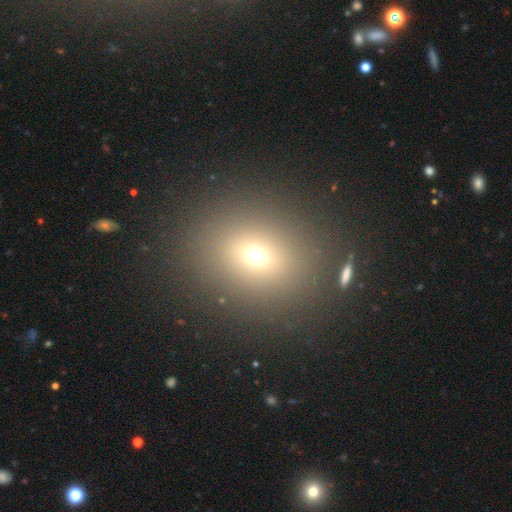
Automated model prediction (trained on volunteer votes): Smooth or featured? smooth (65%)
How rounded? round (62%)
Merging? none (86%)